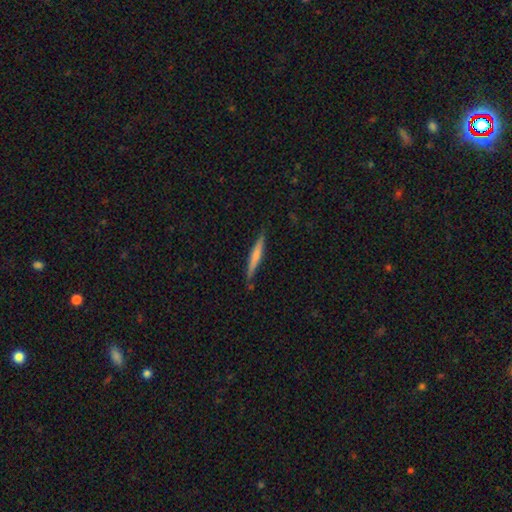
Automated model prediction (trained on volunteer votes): This appears to be a smooth galaxy with no disk features (59%) that is cigar-shaped (94%). Merging: none (84%).